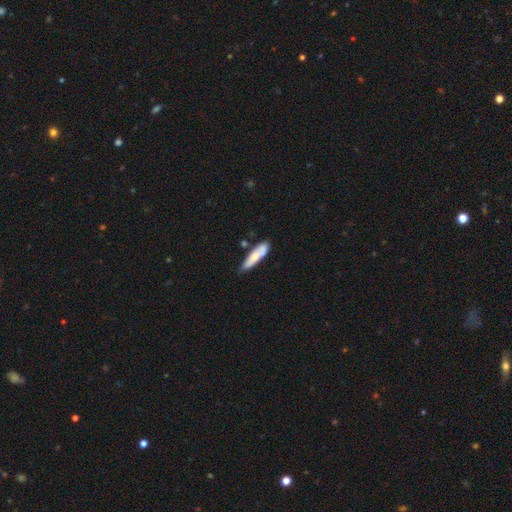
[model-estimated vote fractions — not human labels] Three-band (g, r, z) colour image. It shows a smooth galaxy with no disk features (68%) that is cigar-shaped (70%). Merging: none (61%).